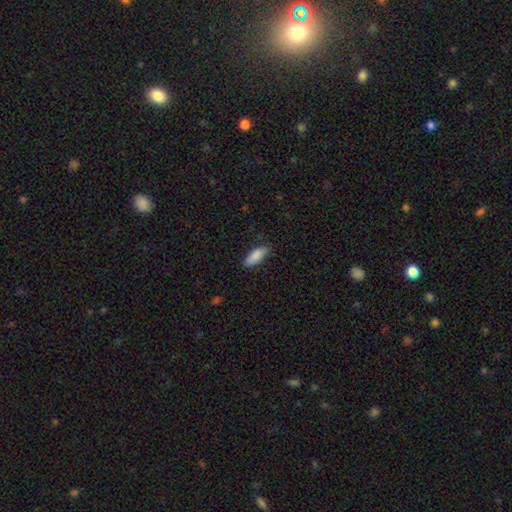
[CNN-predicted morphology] This appears to be a smooth galaxy with no disk features (88%) that is in between round and cigar-shaped (68%). Merging: none (80%).